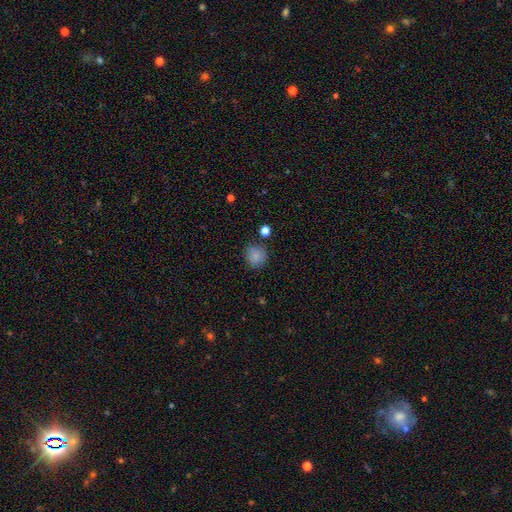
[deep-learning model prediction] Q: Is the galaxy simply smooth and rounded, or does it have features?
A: smooth — 84%.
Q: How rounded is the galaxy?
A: round — 90%.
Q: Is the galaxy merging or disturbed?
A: none — 83%.